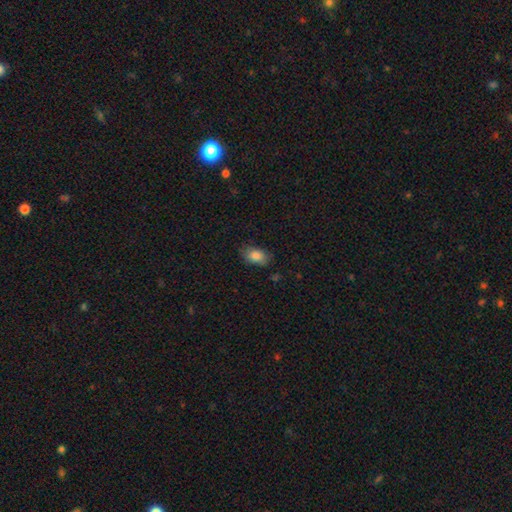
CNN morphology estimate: This is clearly a smooth galaxy (85%). How rounded: clearly in between (88%). Merging: likely none (79%).